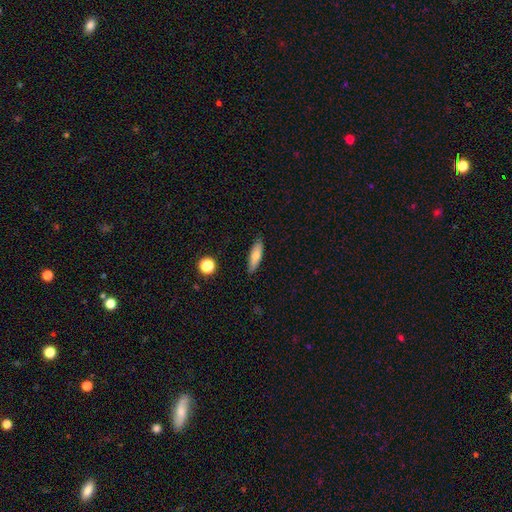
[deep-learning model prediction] Smooth or featured?
  - smooth: 73% *
  - featured or disk: 20%
  - star or artifact: 7%
How rounded?
  - cigar-shaped: 54% *
  - in between: 43%
  - round: 3%
Merging?
  - none: 85% *
  - minor disturbance: 12%
  - major disturbance: 2%
  - merger: 1%